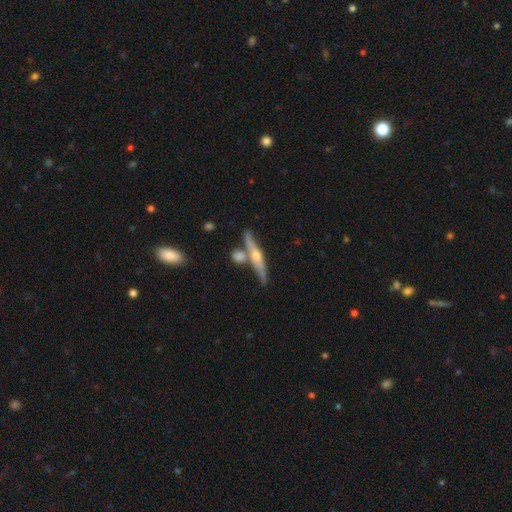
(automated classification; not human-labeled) This appears to be a featured or disk galaxy (75%) viewed edge-on (96%) with a rounded central bulge (92%). Merging: none (71%).